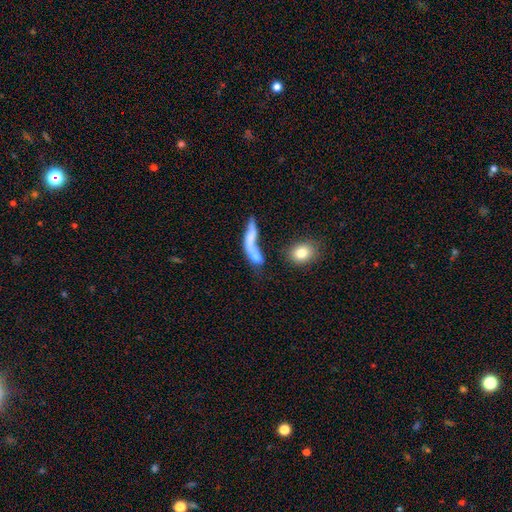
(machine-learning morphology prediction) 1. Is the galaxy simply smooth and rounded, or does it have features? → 49% smooth, 39% featured or disk, 11% star or artifact.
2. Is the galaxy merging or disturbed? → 42% merger, 27% major disturbance, 20% none, 11% minor disturbance.